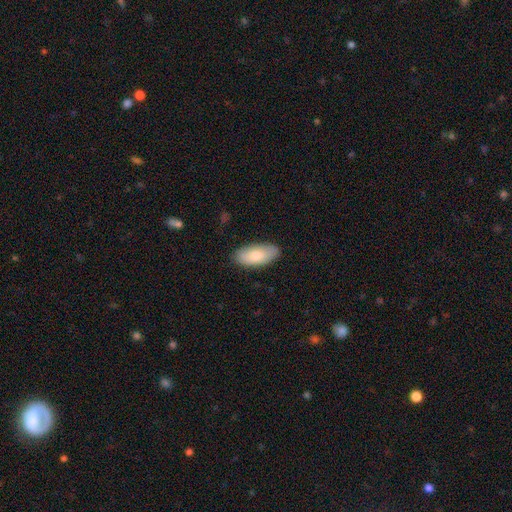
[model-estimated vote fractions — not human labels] Smooth or featured? smooth (79%)
How rounded? in between (90%)
Merging? none (85%)